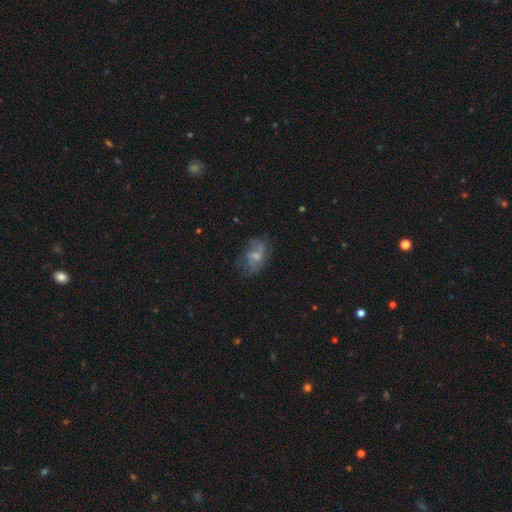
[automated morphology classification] type=featured or disk (57%); edge-on=no (97%); bar=no (55%); spiral arms=yes (70%); bulge=small (48%); merging=none (49%).